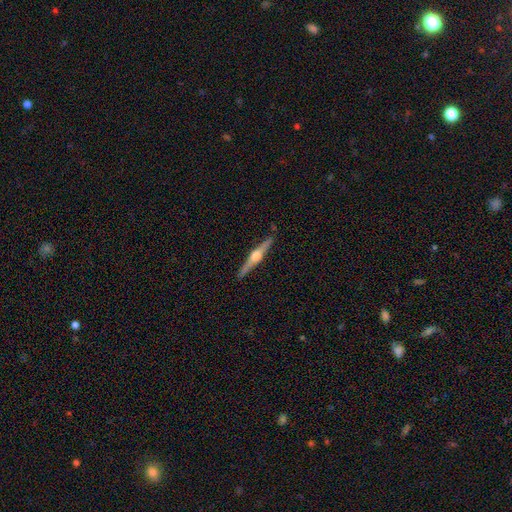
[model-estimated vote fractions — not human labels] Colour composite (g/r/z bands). It shows a featured or disk galaxy (82%) viewed edge-on (98%) with a rounded central bulge (92%). Merging: none (91%).